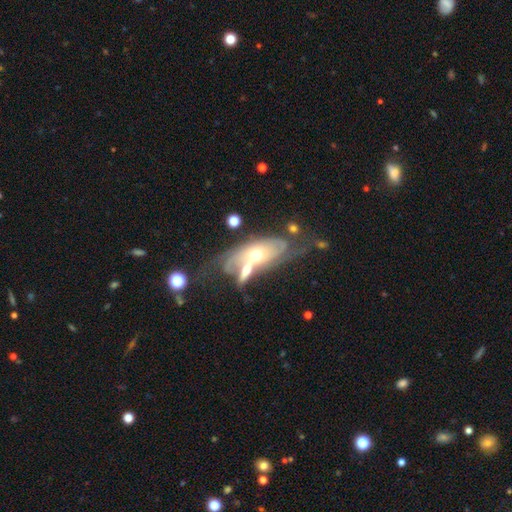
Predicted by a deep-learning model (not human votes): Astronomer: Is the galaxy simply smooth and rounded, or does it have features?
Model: featured or disk — 66%.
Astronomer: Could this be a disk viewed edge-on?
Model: no — 83%.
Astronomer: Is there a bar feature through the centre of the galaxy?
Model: no — 78%.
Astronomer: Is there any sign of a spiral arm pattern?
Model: yes — 60% (runner-up: no, 40%).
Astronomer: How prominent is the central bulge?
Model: moderate — 64%.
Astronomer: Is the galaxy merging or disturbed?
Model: merger — 44% (runner-up: none, 25%).